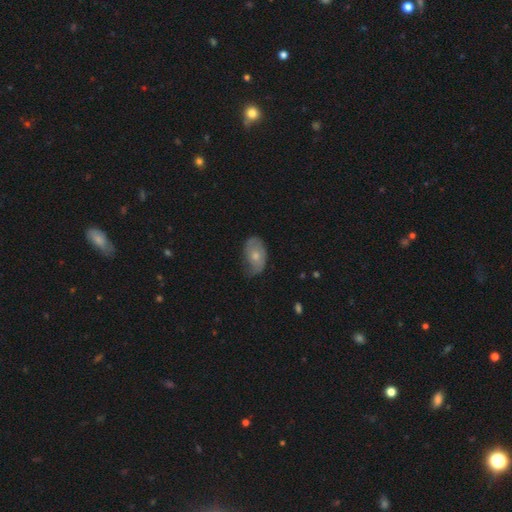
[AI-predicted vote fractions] Smooth or featured? smooth (54%)
How rounded? in between (88%)
Merging? none (51%)